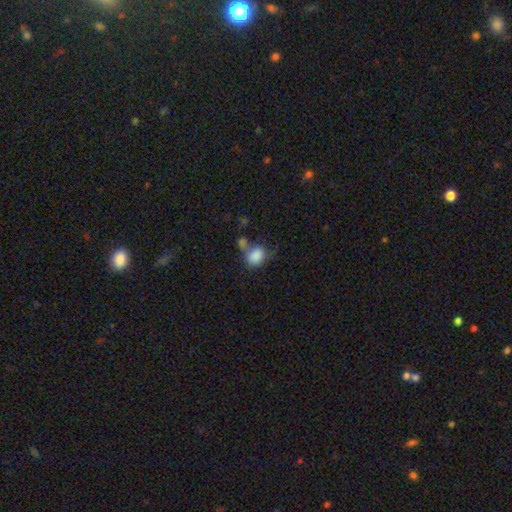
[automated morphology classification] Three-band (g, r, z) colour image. It shows a smooth galaxy with no disk features (84%) that is in between round and cigar-shaped (59%). Merging: none (38%).